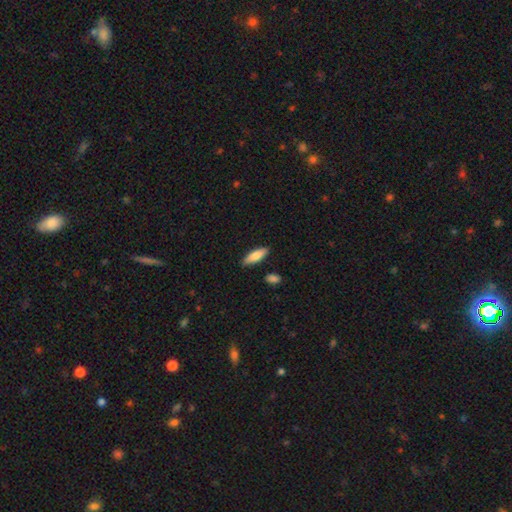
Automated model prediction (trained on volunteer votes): Q: Smooth or featured?
A: smooth (81%); runner-up: featured or disk (13%)
Q: How rounded?
A: in between (54%); runner-up: cigar-shaped (44%)
Q: Merging?
A: none (85%); runner-up: minor disturbance (11%)